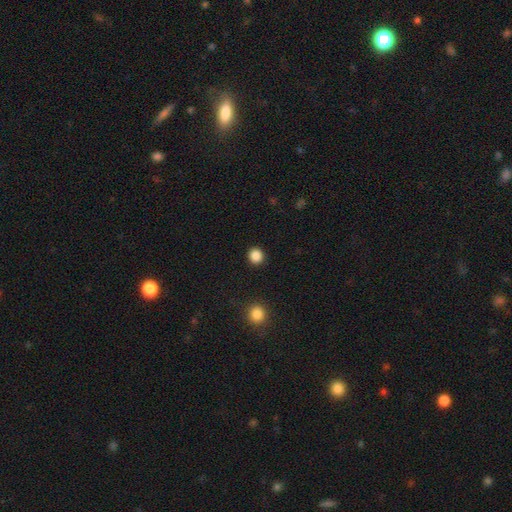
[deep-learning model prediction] Smooth or featured? Predicted: smooth (p=0.87). How rounded? Predicted: round (p=0.89). Merging? Predicted: none (p=0.92).